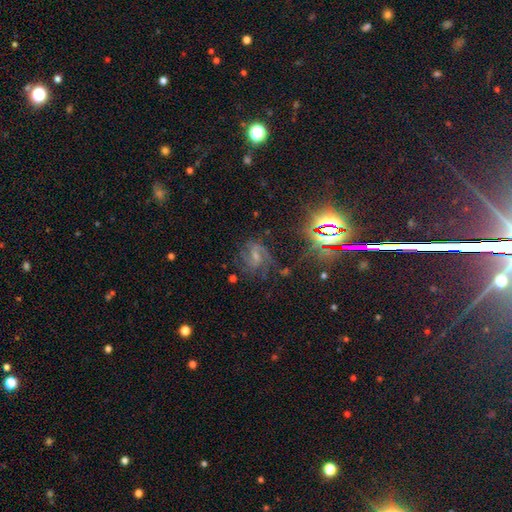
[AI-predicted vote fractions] This appears to be a featured or disk galaxy (66%) with a weak bar (49%), 2 (46%) medium (50%) spiral arms (93%) and a small central bulge (49%). Merging: none (65%).